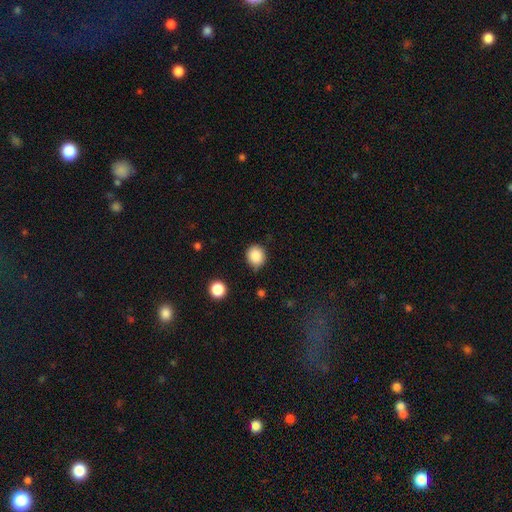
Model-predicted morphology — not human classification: Overall: smooth (86%). How rounded: round (77%). Merging: none (79%).